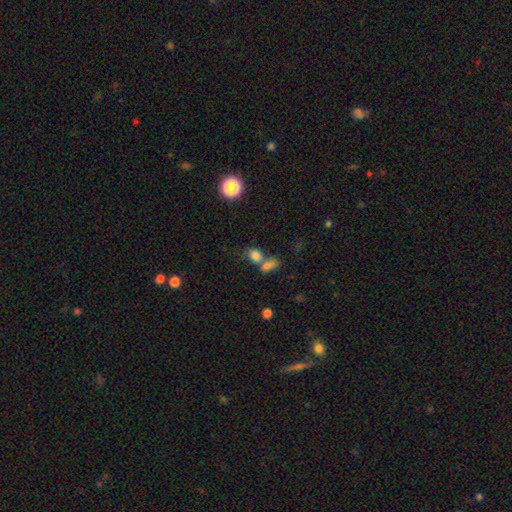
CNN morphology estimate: This is likely a smooth galaxy (79%). How rounded: likely in between (63%). Merging: possibly merger (50%).